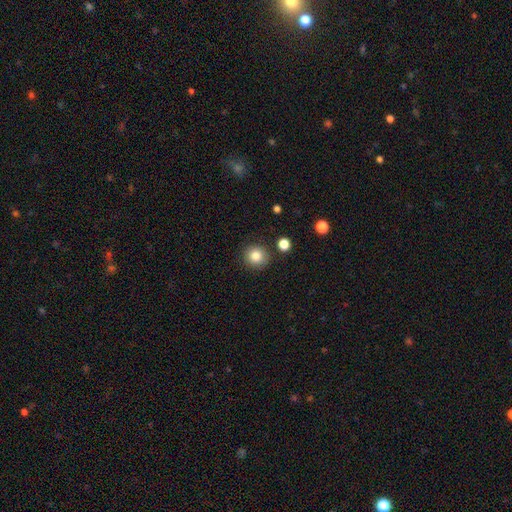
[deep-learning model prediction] Q: Smooth or featured?
A: smooth (85%); runner-up: star or artifact (10%)
Q: How rounded?
A: round (92%); runner-up: in between (7%)
Q: Merging?
A: none (88%); runner-up: minor disturbance (7%)